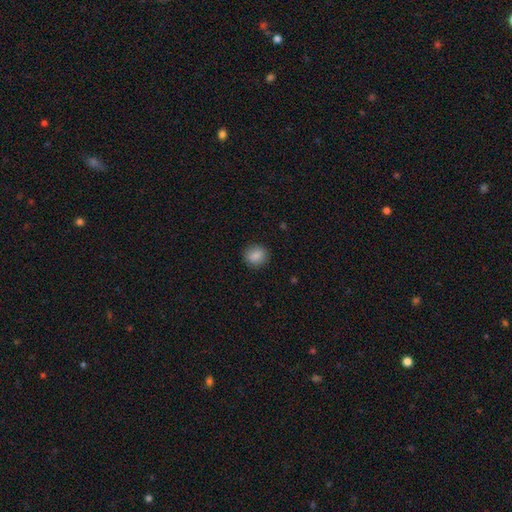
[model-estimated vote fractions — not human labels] Smooth or featured? smooth (87%)
How rounded? round (83%)
Merging? none (89%)